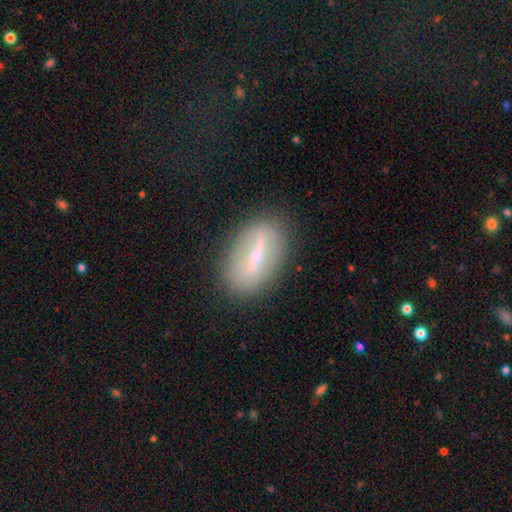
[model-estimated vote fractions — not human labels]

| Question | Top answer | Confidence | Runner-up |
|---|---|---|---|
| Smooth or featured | featured or disk | 53% | smooth (38%) |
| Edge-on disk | no | 70% | yes (30%) |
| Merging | none | 84% | minor disturbance (11%) |